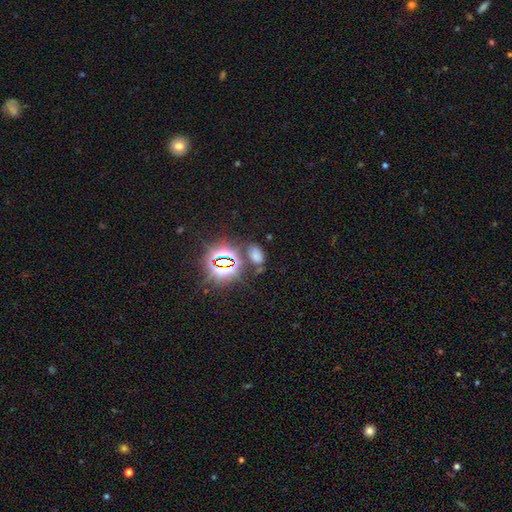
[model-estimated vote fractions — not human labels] Smooth or featured? Predicted: smooth (p=0.55). How rounded? Predicted: in between (p=0.88). Merging? Predicted: none (p=0.72).